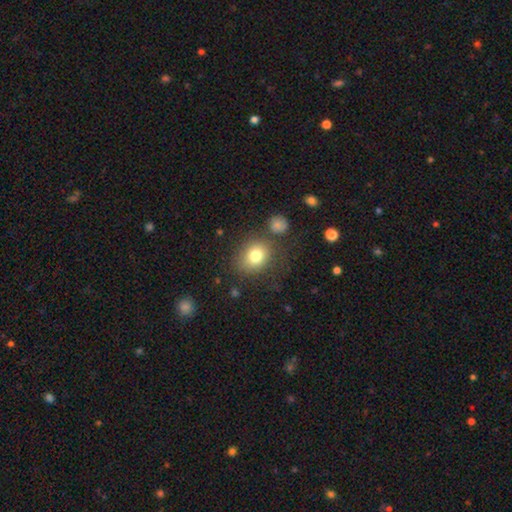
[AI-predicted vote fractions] This appears to be a smooth galaxy with no disk features (78%) that is round (62%). Merging: none (74%).